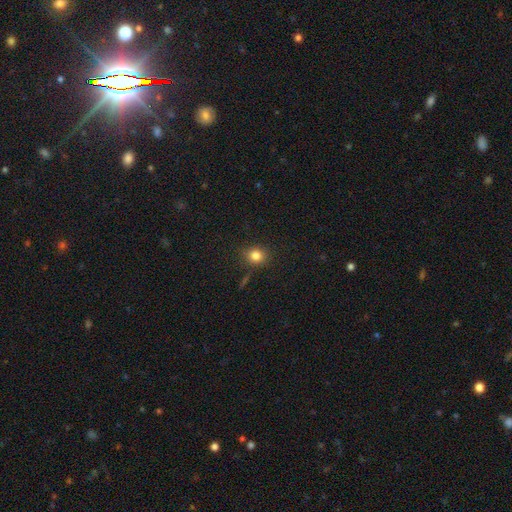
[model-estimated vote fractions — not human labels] Q: Smooth or featured?
A: smooth (81%); runner-up: star or artifact (13%)
Q: How rounded?
A: round (78%); runner-up: in between (21%)
Q: Merging?
A: none (85%); runner-up: minor disturbance (9%)